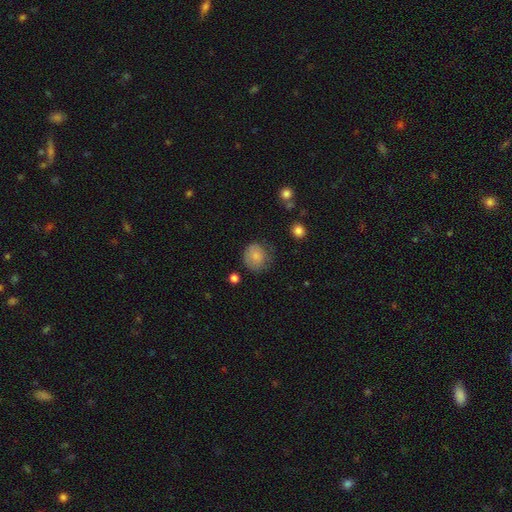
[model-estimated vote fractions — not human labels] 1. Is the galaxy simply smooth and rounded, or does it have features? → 80% smooth, 11% featured or disk, 9% star or artifact.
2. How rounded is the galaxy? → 77% round, 22% in between, 1% cigar-shaped.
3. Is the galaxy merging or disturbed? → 64% none, 25% minor disturbance, 8% major disturbance, 2% merger.